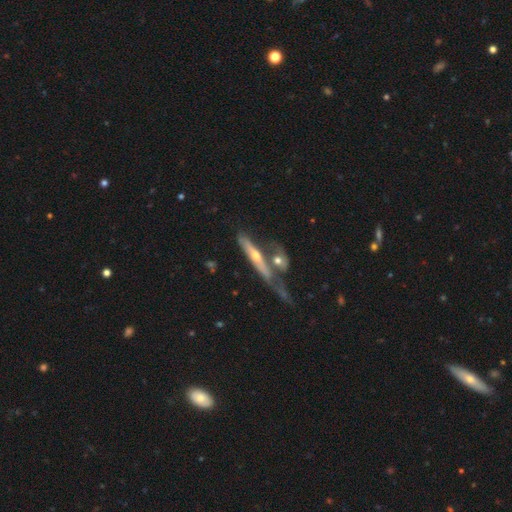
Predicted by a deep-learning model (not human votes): featured or disk 71%, smooth 23%, star or artifact 7%. Down the decision tree: edge-on disk — yes (84%); edge-on bulge — rounded (87%); merging — none (40%).